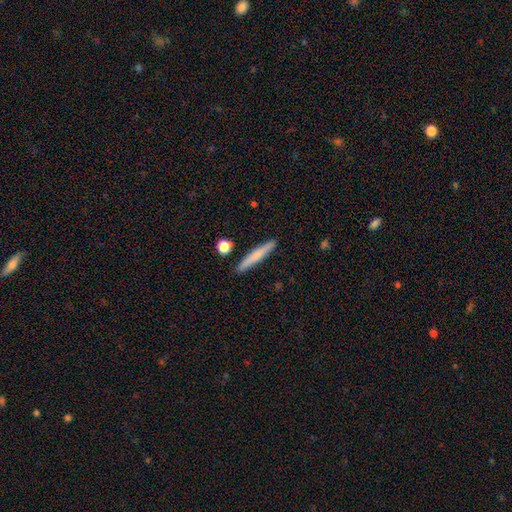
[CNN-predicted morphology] smooth_or_featured: smooth (p=0.69) [alt: featured or disk p=0.25]
how_rounded: cigar-shaped (p=0.94) [alt: in between p=0.04]
merging: none (p=0.89) [alt: minor disturbance p=0.07]